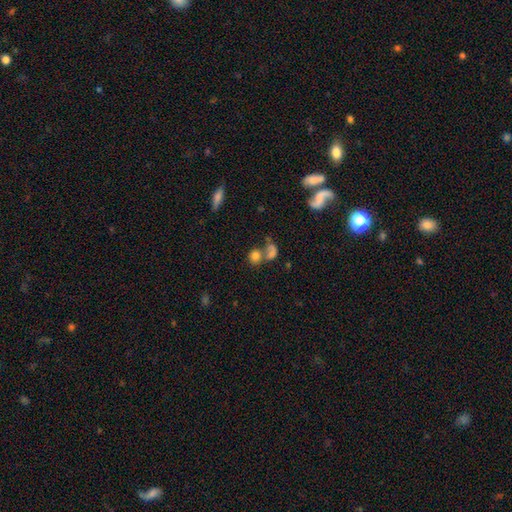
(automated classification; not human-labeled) The model was most divided on "merging": merger: 45%, none: 39%, minor disturbance: 9%, major disturbance: 7%. More confident: smooth or featured — smooth (76%); how rounded — round (74%).